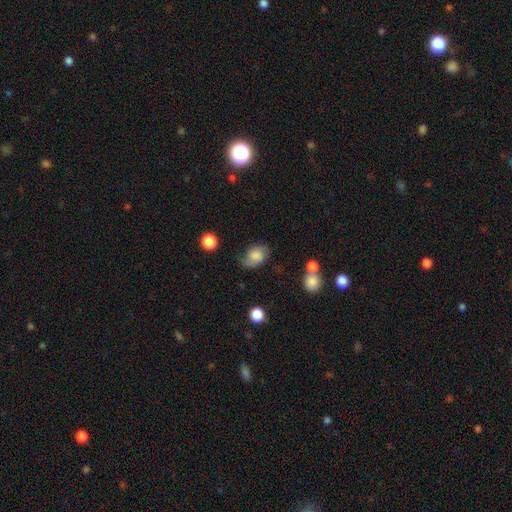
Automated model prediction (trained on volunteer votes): This appears to be a smooth galaxy with no disk features (63%) that is in between round and cigar-shaped (78%). Merging: none (56%).